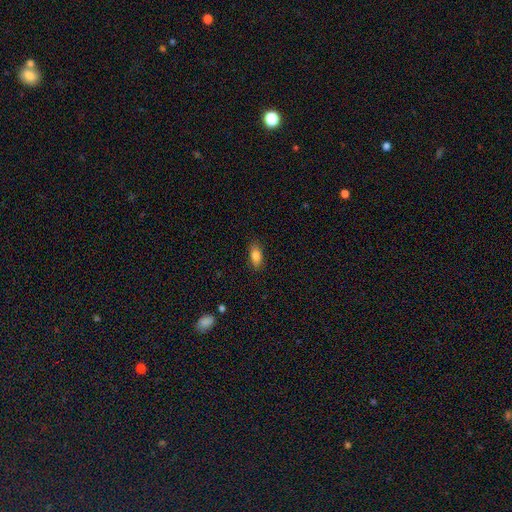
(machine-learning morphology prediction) smooth 85%, star or artifact 8%, featured or disk 7%. Down the decision tree: how rounded — in between (85%); merging — none (86%).